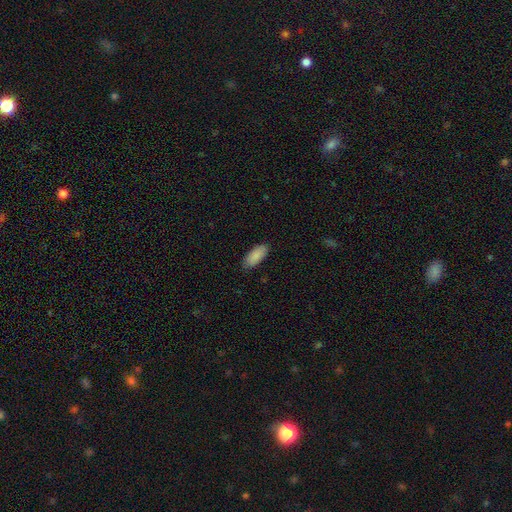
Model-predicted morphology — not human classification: Smooth or featured? Predicted: smooth (p=0.89). How rounded? Predicted: in between (p=0.84). Merging? Predicted: none (p=0.87).